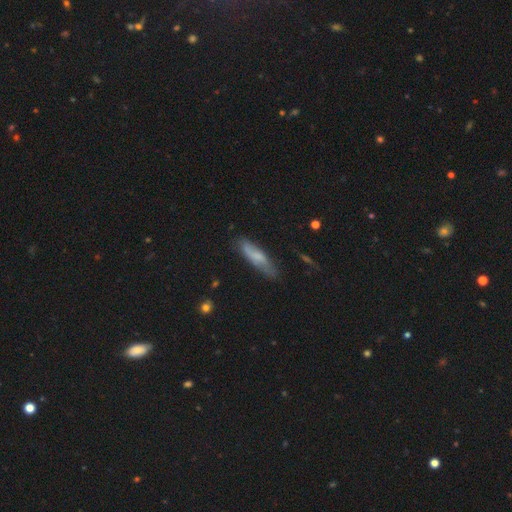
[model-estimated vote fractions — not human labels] Morphology: type=smooth (59%); roundness=cigar-shaped (71%); merging=none (73%).